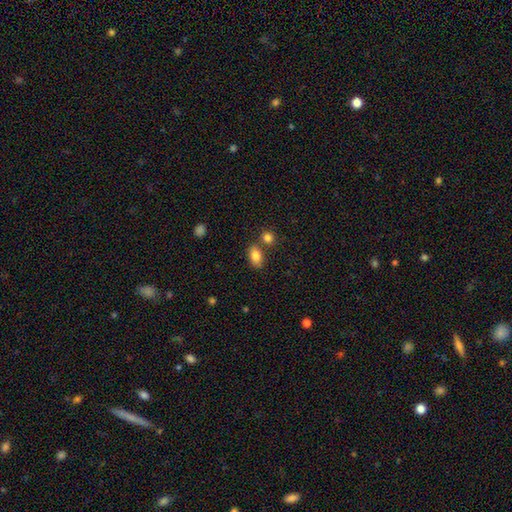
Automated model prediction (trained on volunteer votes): Morphology: type=smooth (84%); roundness=in between (87%); merging=none (67%).